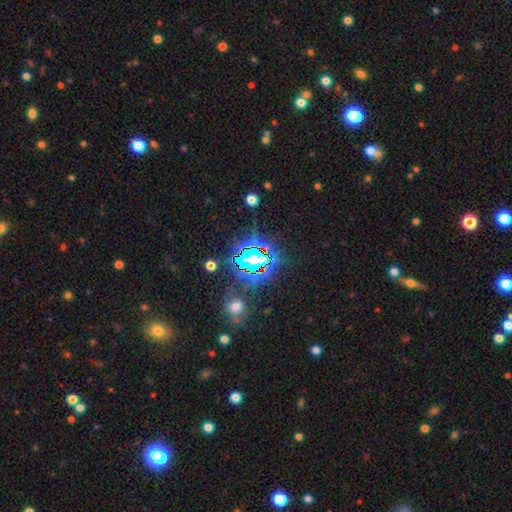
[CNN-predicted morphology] smooth_or_featured: star or artifact (p=0.74) [alt: smooth p=0.15]